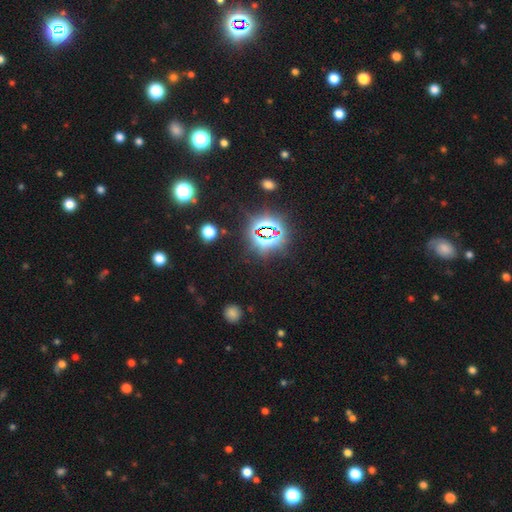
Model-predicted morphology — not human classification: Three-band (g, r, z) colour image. It shows a star or artifact, not a galaxy (80%).